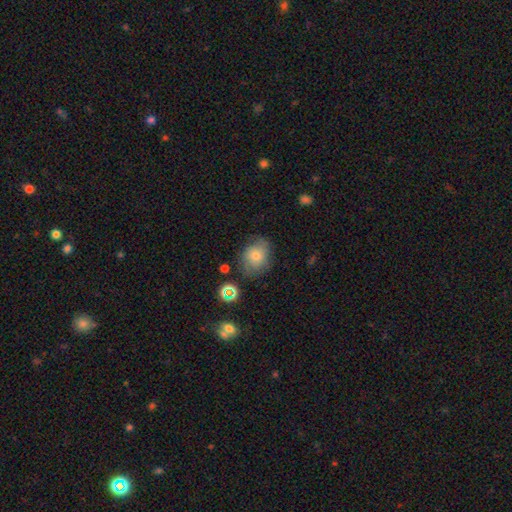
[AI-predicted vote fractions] Smooth or featured?
  - smooth: 70% *
  - featured or disk: 19%
  - star or artifact: 11%
How rounded?
  - round: 53% *
  - in between: 46%
  - cigar-shaped: 1%
Merging?
  - none: 65% *
  - minor disturbance: 24%
  - major disturbance: 8%
  - merger: 3%